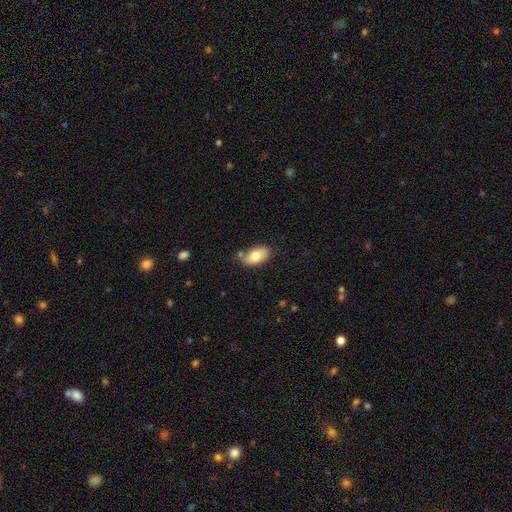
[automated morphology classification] Overall: smooth (77%). How rounded: in between (93%). Merging: none (73%).